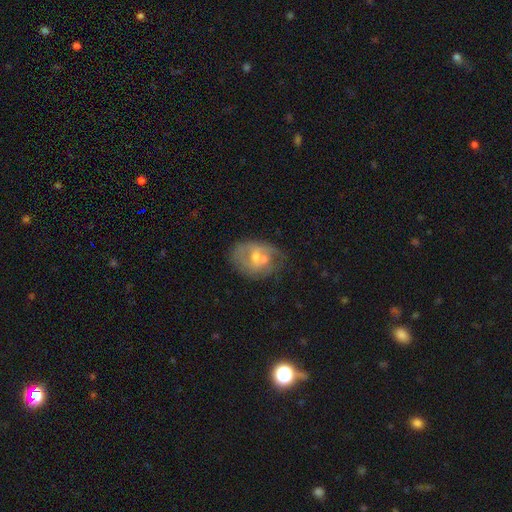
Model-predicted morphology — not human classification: type=featured or disk (54%); edge-on=no (96%); bar=no (67%); spiral arms=no (58%); bulge=moderate (51%); merging=none (36%).